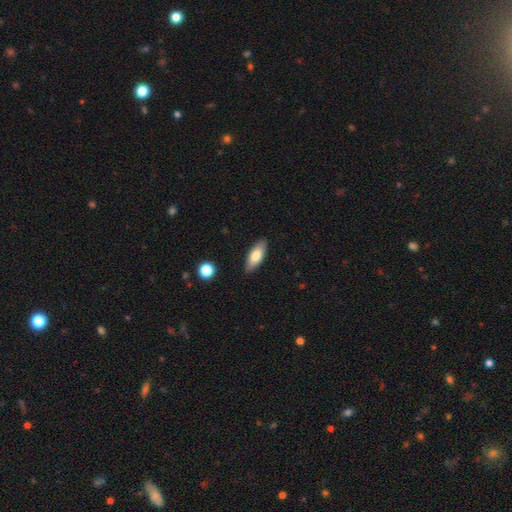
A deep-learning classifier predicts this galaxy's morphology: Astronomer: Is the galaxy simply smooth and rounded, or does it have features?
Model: smooth — 75%.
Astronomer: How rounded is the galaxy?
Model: in between — 75%.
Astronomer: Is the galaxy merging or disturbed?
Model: none — 87%.